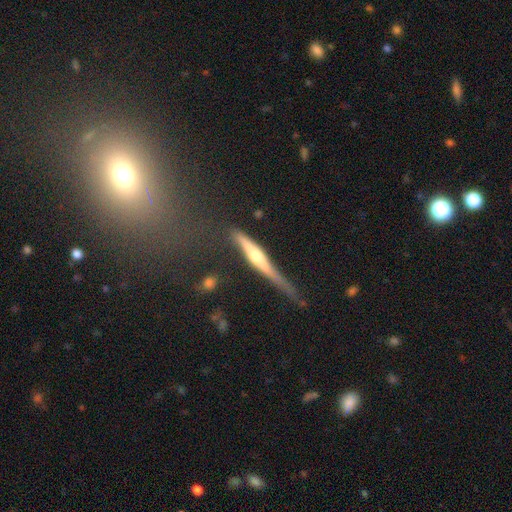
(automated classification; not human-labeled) smooth_or_featured: featured or disk (p=0.66) [alt: smooth p=0.27]
disk_edge_on: yes (p=0.93) [alt: no p=0.07]
edge_on_bulge: rounded (p=0.78) [alt: none p=0.12]
merging: none (p=0.48) [alt: minor disturbance p=0.29]